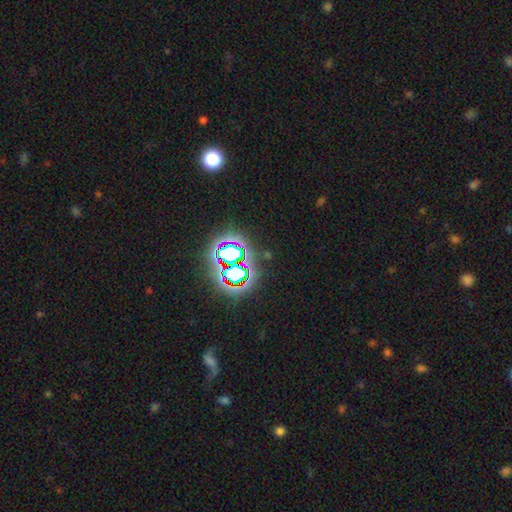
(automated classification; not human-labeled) Morphology: type=star or artifact (80%).